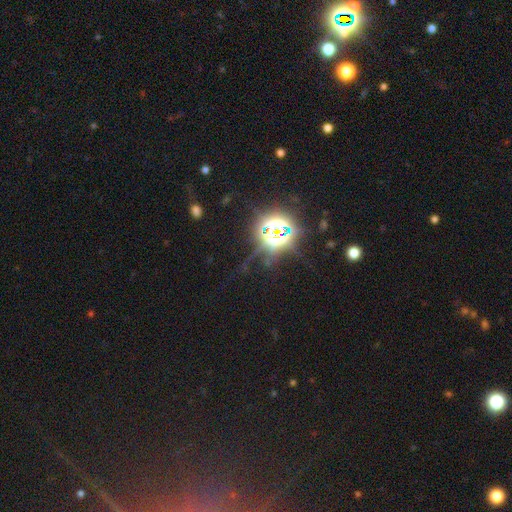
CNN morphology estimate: A star or artifact, not a galaxy (83%).